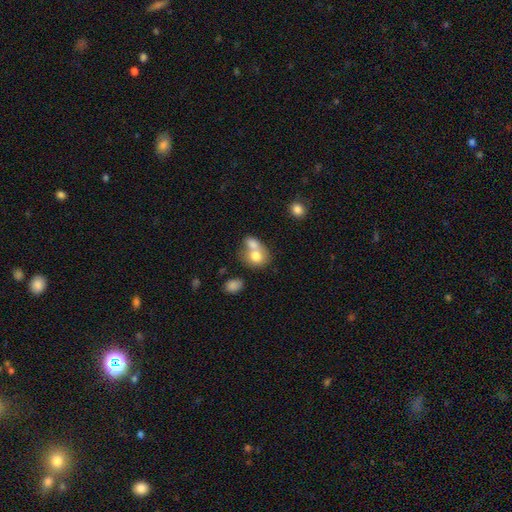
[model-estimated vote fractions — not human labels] This is likely a smooth galaxy (73%). How rounded: possibly round (51%). Merging: likely merger (66%).